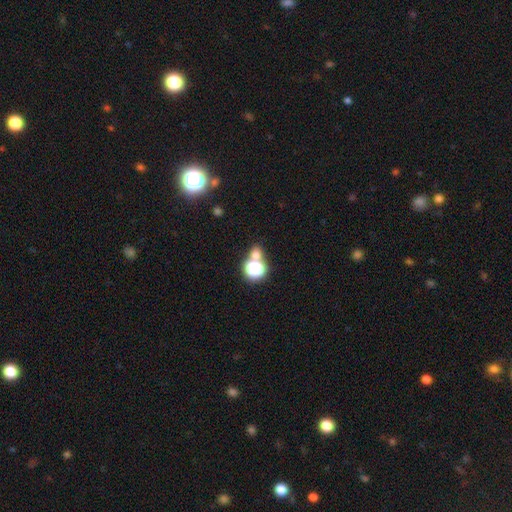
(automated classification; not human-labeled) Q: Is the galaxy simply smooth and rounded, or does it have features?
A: smooth — 60%.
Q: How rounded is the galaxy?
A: round — 71%.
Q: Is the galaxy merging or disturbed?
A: none — 57%.